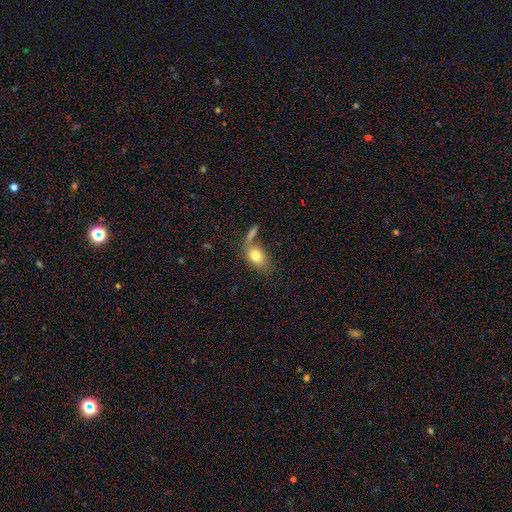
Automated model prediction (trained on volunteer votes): The model was most divided on "merging": none: 42%, merger: 29%, minor disturbance: 16%, major disturbance: 13%. More confident: how rounded — in between (83%); smooth or featured — smooth (77%).